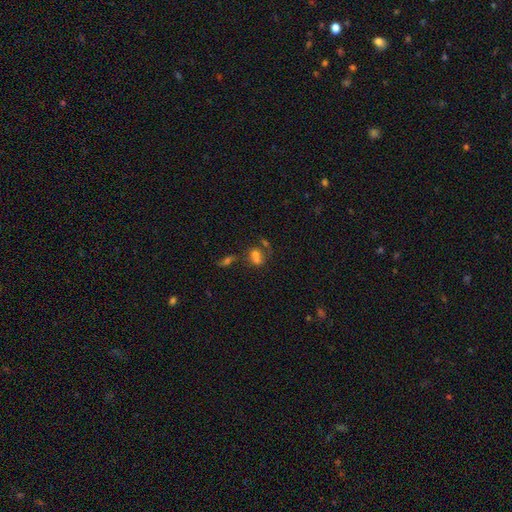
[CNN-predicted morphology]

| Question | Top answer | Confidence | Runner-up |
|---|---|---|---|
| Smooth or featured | smooth | 58% | star or artifact (21%) |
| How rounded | in between | 55% | round (42%) |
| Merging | merger | 52% | none (28%) |